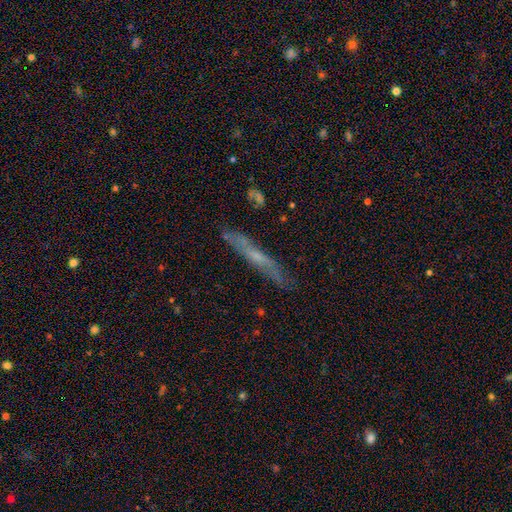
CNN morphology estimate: featured or disk 56%, smooth 33%, star or artifact 12%. Down the decision tree: edge-on disk — yes (84%); merging — none (82%).